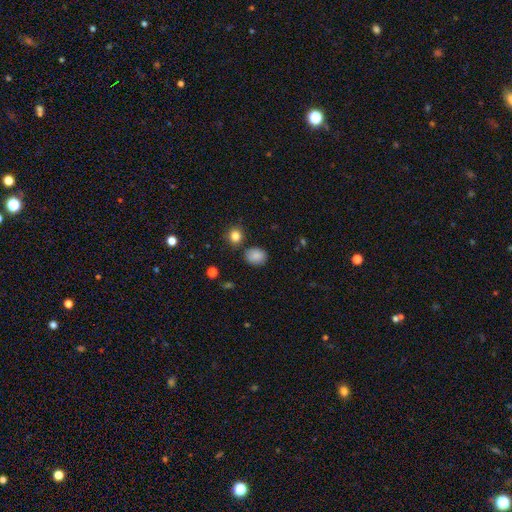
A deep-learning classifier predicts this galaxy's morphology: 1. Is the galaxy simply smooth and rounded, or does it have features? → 86% smooth, 10% star or artifact, 4% featured or disk.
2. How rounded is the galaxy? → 52% round, 47% in between, 1% cigar-shaped.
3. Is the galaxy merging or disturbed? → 81% none, 11% minor disturbance, 4% merger, 3% major disturbance.